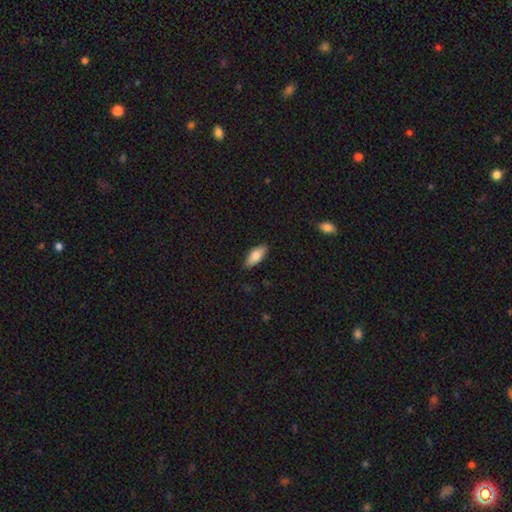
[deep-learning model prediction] Smooth or featured? Predicted: smooth (p=0.81). How rounded? Predicted: in between (p=0.79). Merging? Predicted: none (p=0.85).